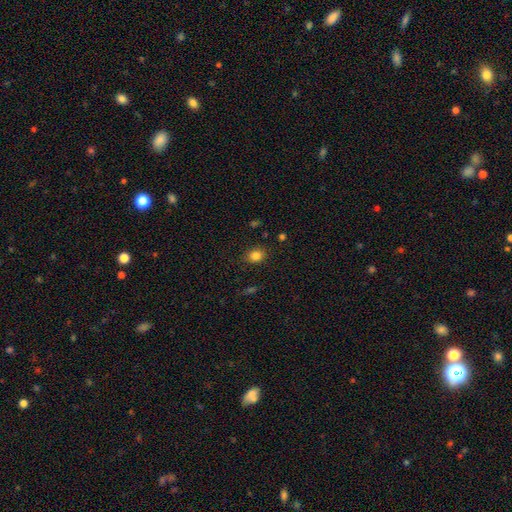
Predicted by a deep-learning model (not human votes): The model was most divided on "how rounded": round: 50%, in between: 49%, cigar-shaped: 1%. More confident: merging — none (85%); smooth or featured — smooth (83%).